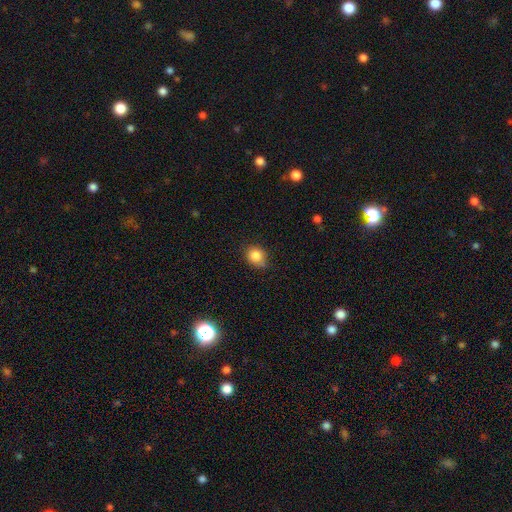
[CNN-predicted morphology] Smooth or featured? Predicted: smooth (p=0.85). How rounded? Predicted: round (p=0.66). Merging? Predicted: none (p=0.69).